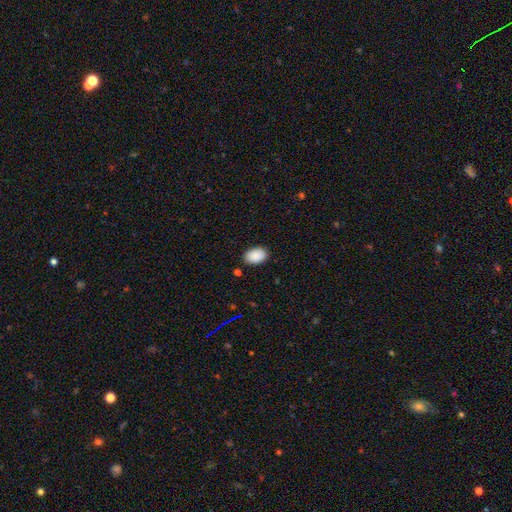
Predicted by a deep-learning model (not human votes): smooth-or-featured: smooth: 89% | star or artifact: 7% | featured or disk: 4%
  how-rounded: in between: 88% | round: 11% | cigar-shaped: 1%
  merging: none: 86% | minor disturbance: 11% | major disturbance: 2% | merger: 2%